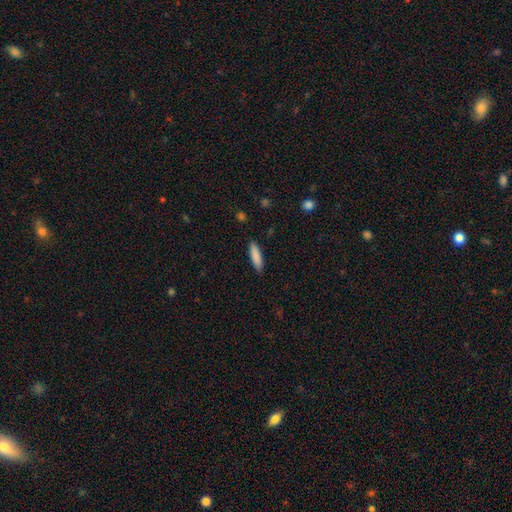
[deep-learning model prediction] Morphology: type=smooth (87%); roundness=cigar-shaped (69%); merging=none (89%).